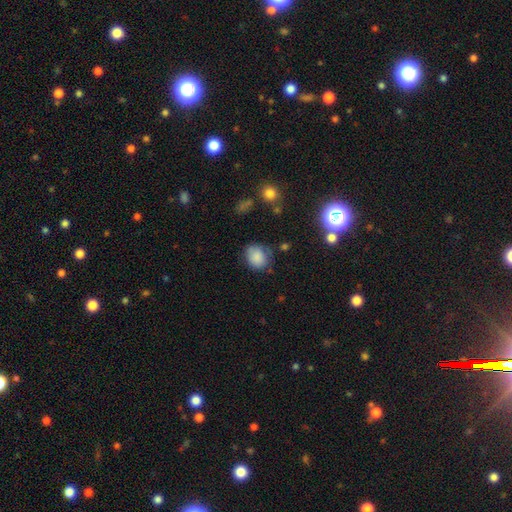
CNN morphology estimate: Smooth or featured? Predicted: smooth (p=0.84). How rounded? Predicted: round (p=0.64). Merging? Predicted: none (p=0.70).